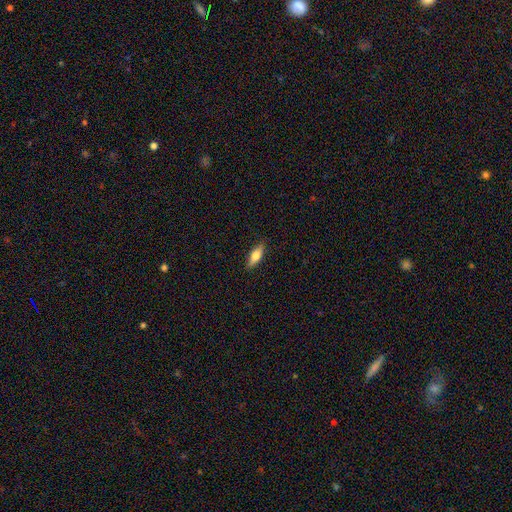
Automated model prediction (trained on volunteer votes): This is likely a smooth galaxy (70%). How rounded: possibly in between (59%). Merging: clearly none (87%).